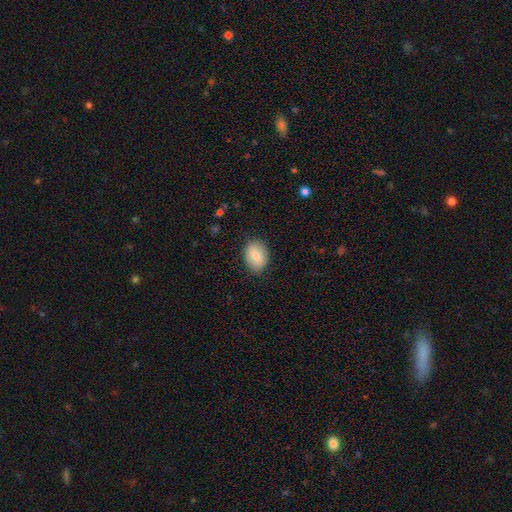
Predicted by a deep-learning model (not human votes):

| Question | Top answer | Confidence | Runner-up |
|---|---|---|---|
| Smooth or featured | smooth | 72% | featured or disk (20%) |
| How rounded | in between | 77% | round (22%) |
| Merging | none | 83% | minor disturbance (13%) |